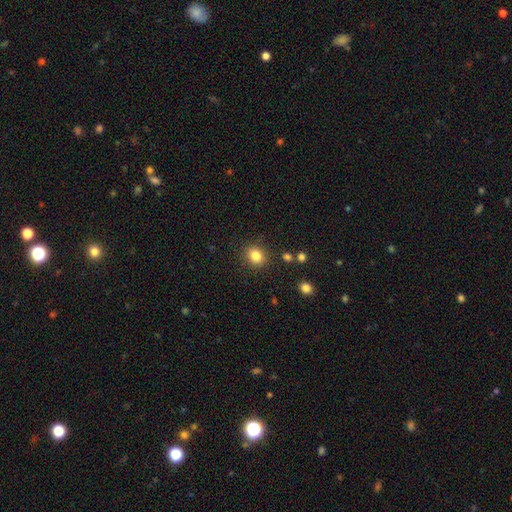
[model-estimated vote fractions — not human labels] smooth_or_featured: smooth (p=0.83) [alt: star or artifact p=0.11]
how_rounded: round (p=0.67) [alt: in between p=0.32]
merging: none (p=0.87) [alt: minor disturbance p=0.08]